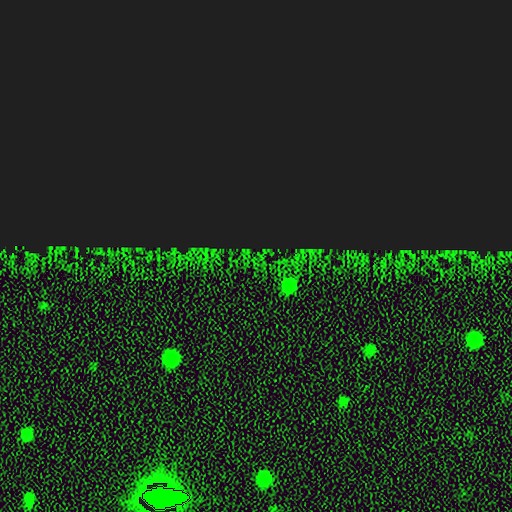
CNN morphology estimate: Smooth or featured: star or artifact — 82% (smooth — 11%)